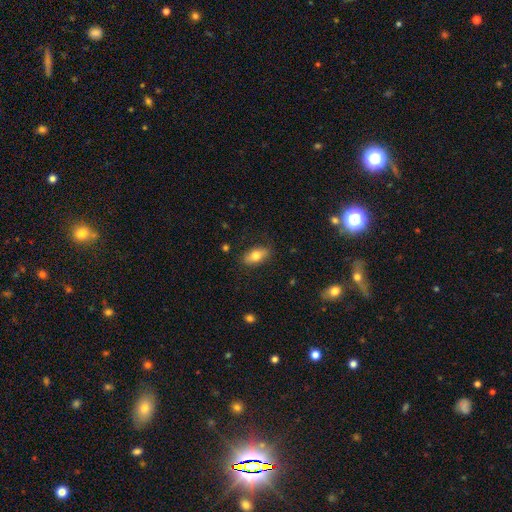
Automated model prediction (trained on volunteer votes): smooth-or-featured: smooth: 75% | featured or disk: 18% | star or artifact: 7%
  how-rounded: in between: 85% | cigar-shaped: 10% | round: 5%
  merging: none: 83% | minor disturbance: 13% | major disturbance: 3% | merger: 1%